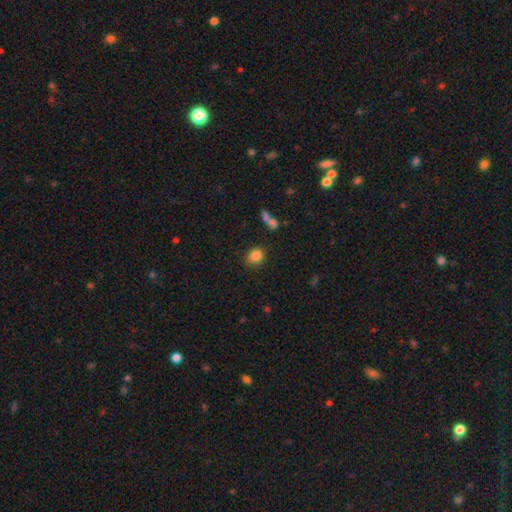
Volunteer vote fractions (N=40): smooth_or_featured: smooth (p=0.90) [alt: featured or disk p=0.05]
how_rounded: round (p=0.72) [alt: in between p=0.28]
merging: none (p=0.76) [alt: minor disturbance p=0.18]